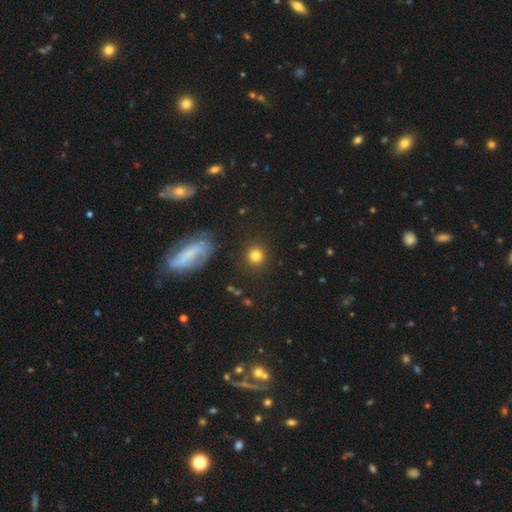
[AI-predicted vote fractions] Morphology: type=smooth (80%); roundness=round (91%); merging=none (89%).